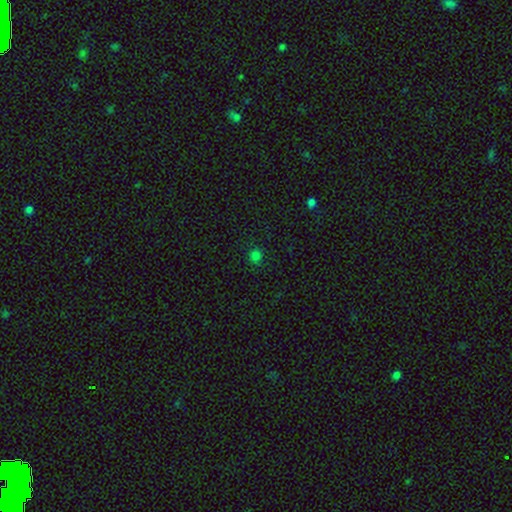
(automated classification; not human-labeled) smooth_or_featured: smooth (p=0.76) [alt: star or artifact p=0.21]
how_rounded: round (p=0.87) [alt: in between p=0.12]
merging: none (p=0.88) [alt: minor disturbance p=0.09]